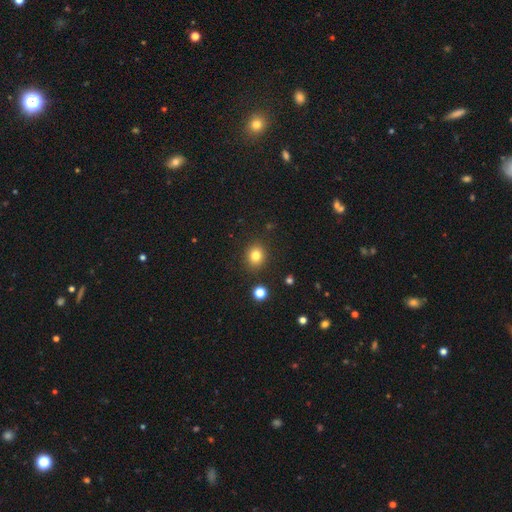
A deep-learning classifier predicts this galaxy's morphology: The model was most divided on "how rounded": round: 76%, in between: 23%, cigar-shaped: 1%. More confident: merging — none (89%); smooth or featured — smooth (81%).